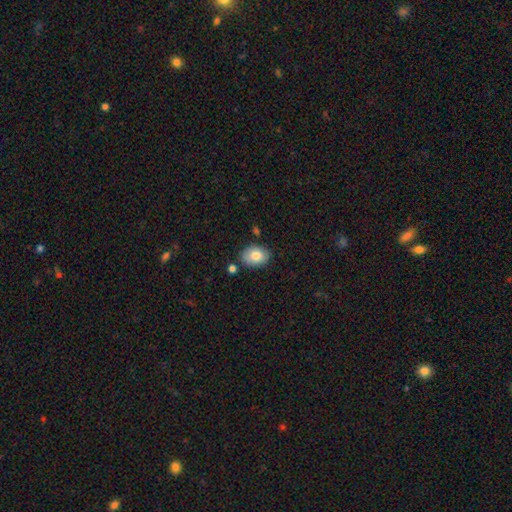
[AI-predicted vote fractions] A smooth galaxy with no disk features (80%) that is in between round and cigar-shaped (73%). Merging: none (79%).